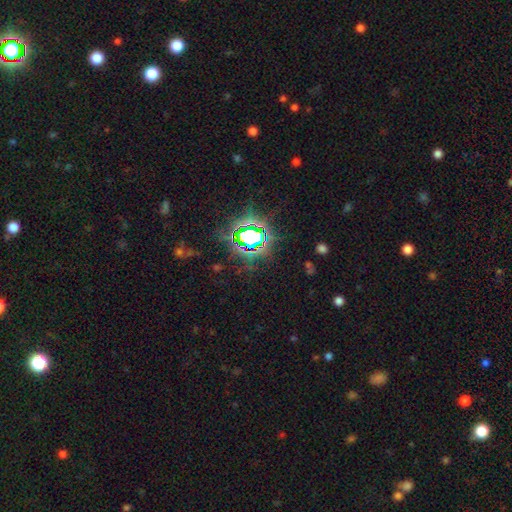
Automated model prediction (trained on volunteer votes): This appears to be a star or artifact, not a galaxy (78%).